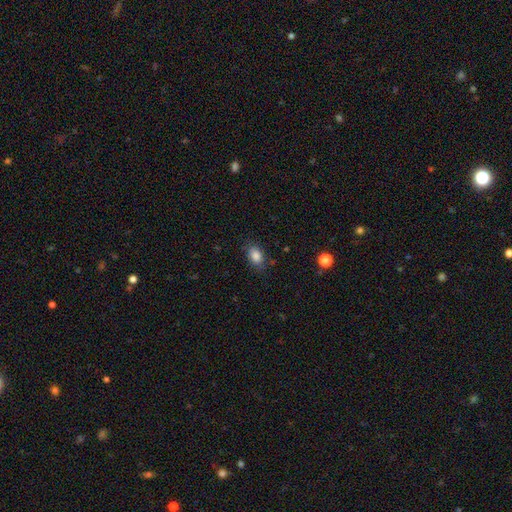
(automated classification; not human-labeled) This appears to be a smooth galaxy with no disk features (85%) that is in between round and cigar-shaped (82%). Merging: none (80%).